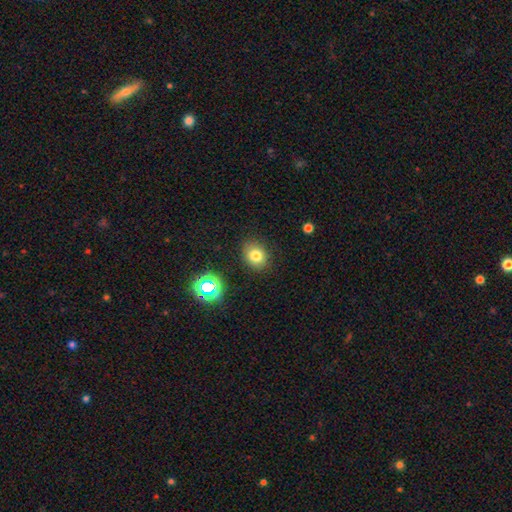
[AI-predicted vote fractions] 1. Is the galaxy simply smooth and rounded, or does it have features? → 76% smooth, 15% star or artifact, 9% featured or disk.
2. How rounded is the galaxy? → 62% round, 37% in between, 1% cigar-shaped.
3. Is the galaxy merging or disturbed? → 85% none, 10% minor disturbance, 3% major disturbance, 2% merger.